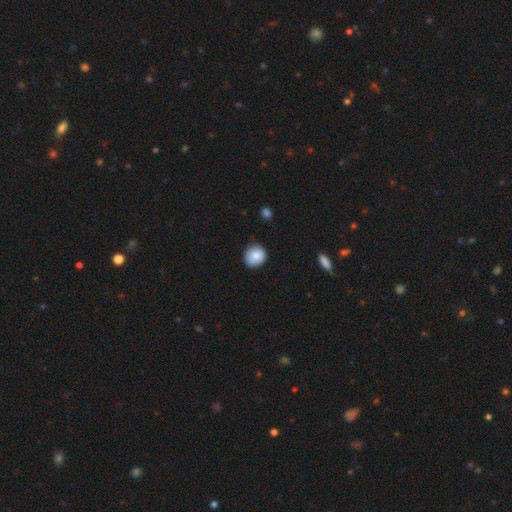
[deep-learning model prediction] A smooth galaxy with no disk features (85%) that is round (82%). Merging: none (83%).